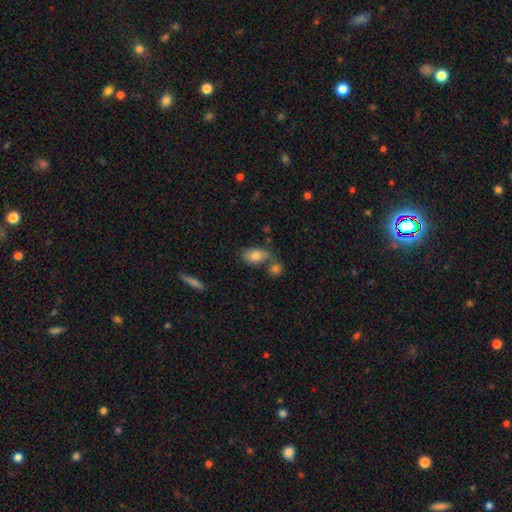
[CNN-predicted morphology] smooth-or-featured: smooth: 76% | featured or disk: 17% | star or artifact: 8%
  how-rounded: in between: 88% | round: 9% | cigar-shaped: 3%
  merging: none: 43% | merger: 34% | minor disturbance: 15% | major disturbance: 7%